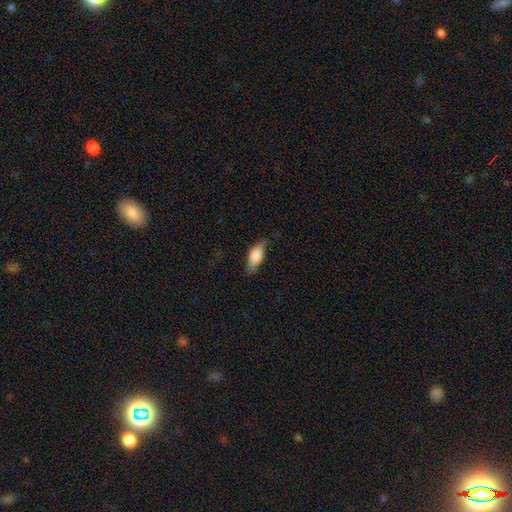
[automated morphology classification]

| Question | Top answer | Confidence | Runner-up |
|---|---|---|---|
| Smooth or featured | smooth | 71% | featured or disk (23%) |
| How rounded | in between | 81% | cigar-shaped (16%) |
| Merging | none | 60% | minor disturbance (30%) |